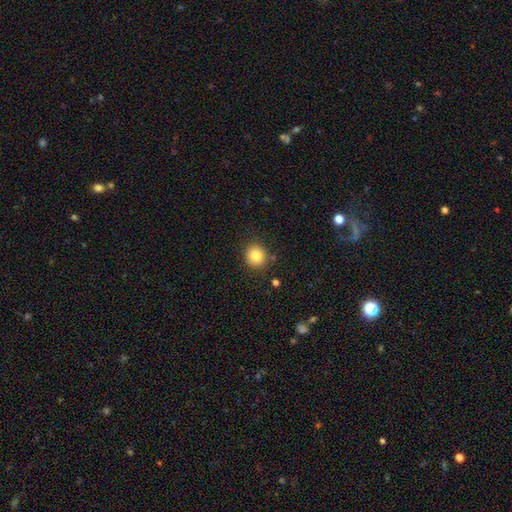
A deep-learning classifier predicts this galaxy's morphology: smooth 82%, star or artifact 11%, featured or disk 7%. Down the decision tree: how rounded — round (88%); merging — none (87%).